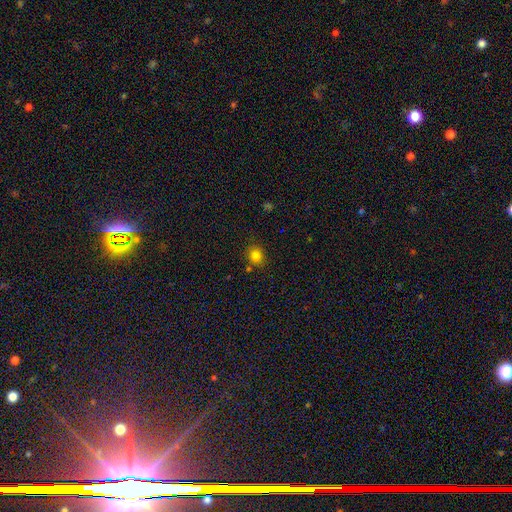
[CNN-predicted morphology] Smooth or featured? Predicted: smooth (p=0.81). How rounded? Predicted: round (p=0.73). Merging? Predicted: none (p=0.80).